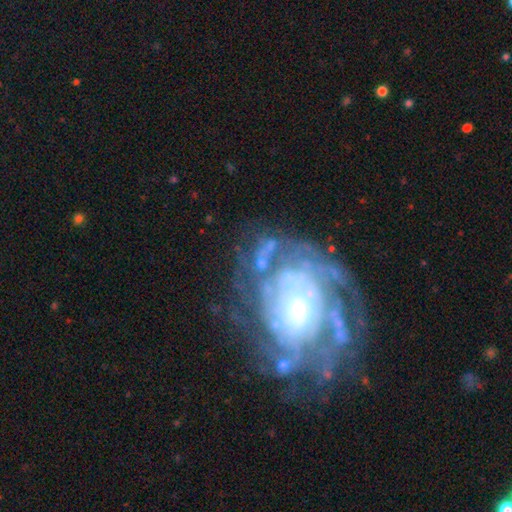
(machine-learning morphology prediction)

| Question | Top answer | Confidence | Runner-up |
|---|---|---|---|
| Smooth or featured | featured or disk | 85% | star or artifact (8%) |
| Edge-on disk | no | 97% | yes (3%) |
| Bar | no | 70% | weak (23%) |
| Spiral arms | yes | 90% | no (10%) |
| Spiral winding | tight | 66% | medium (26%) |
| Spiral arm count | can't tell | 42% | more than 4 (16%) |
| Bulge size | moderate | 49% | small (34%) |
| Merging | none | 63% | minor disturbance (19%) |